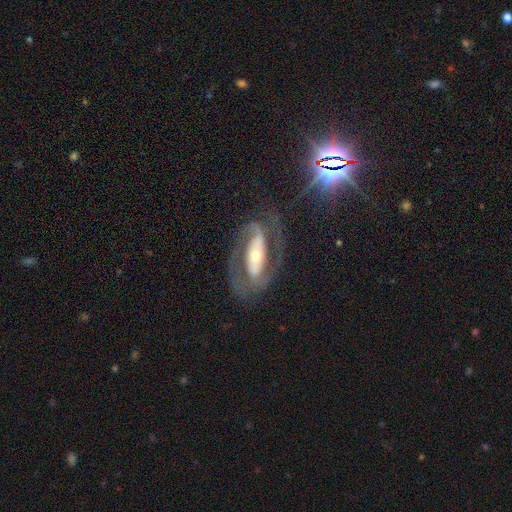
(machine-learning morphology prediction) Smooth or featured: featured or disk — 85% (smooth — 9%)
Edge-on disk: no — 93% (yes — 7%)
Bar: strong — 58% (no — 22%)
Spiral arms: yes — 90% (no — 10%)
Spiral winding: medium — 48% (tight — 35%)
Spiral arm count: 2 — 89% (can't tell — 5%)
Bulge size: small — 45% (moderate — 44%)
Merging: none — 73% (minor disturbance — 14%)